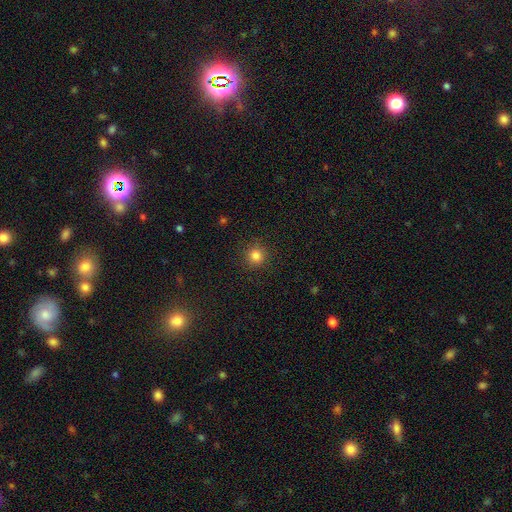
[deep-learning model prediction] A smooth galaxy with no disk features (83%) that is round (94%). Merging: none (90%).